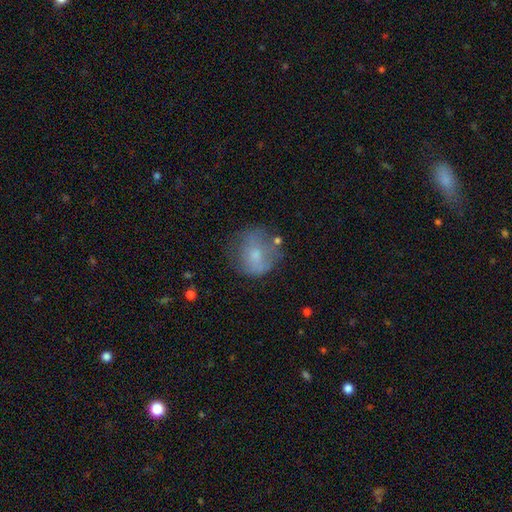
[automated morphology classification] Q: Smooth or featured?
A: smooth (59%); runner-up: featured or disk (30%)
Q: How rounded?
A: round (77%); runner-up: in between (21%)
Q: Merging?
A: none (54%); runner-up: minor disturbance (25%)